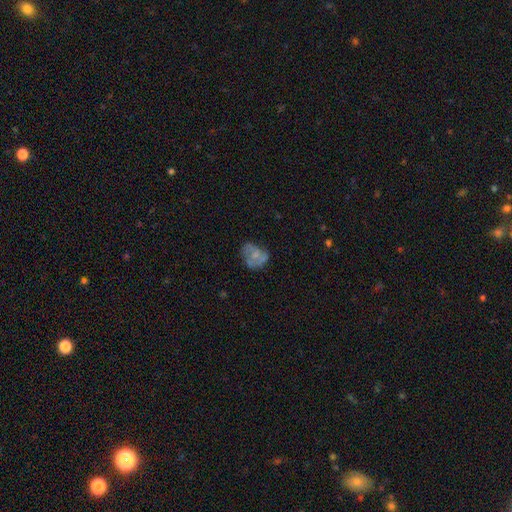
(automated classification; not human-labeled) Smooth or featured?
  - featured or disk: 50% *
  - smooth: 41%
  - star or artifact: 9%
Merging?
  - none: 46% *
  - minor disturbance: 29%
  - major disturbance: 22%
  - merger: 4%